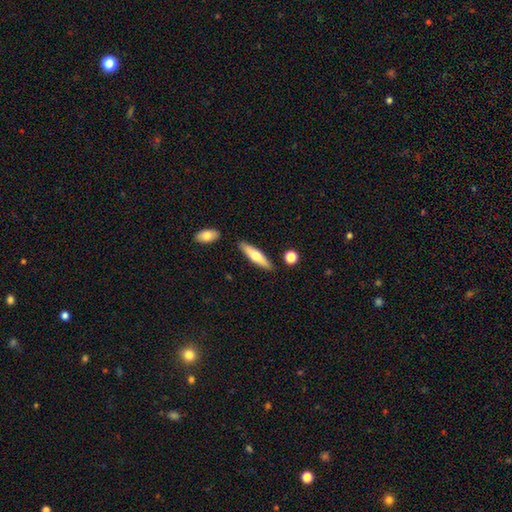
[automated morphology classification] Smooth or featured?
  - smooth: 59% *
  - featured or disk: 36%
  - star or artifact: 5%
How rounded?
  - cigar-shaped: 73% *
  - in between: 25%
  - round: 2%
Merging?
  - none: 85% *
  - minor disturbance: 9%
  - merger: 4%
  - major disturbance: 2%